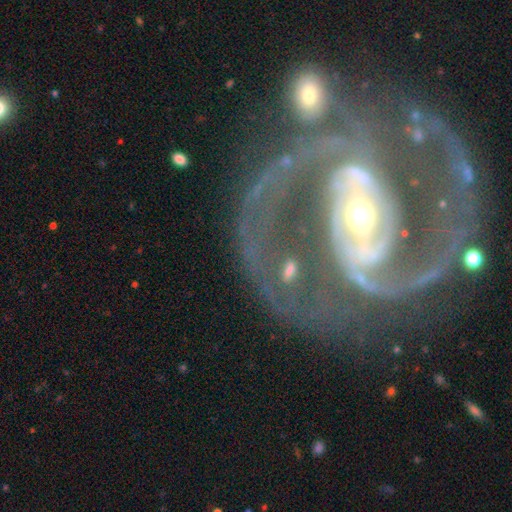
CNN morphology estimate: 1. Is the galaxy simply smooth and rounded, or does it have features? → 92% featured or disk, 5% star or artifact, 3% smooth.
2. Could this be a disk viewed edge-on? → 98% no, 2% yes.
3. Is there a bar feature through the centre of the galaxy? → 44% strong, 32% weak, 24% no.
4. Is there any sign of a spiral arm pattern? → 98% yes, 2% no.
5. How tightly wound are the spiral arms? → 61% medium, 22% tight, 17% loose.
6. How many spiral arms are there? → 91% 2, 3% 3, 2% can't tell, 2% 1, 1% 4, 1% more than 4.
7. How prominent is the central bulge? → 53% moderate, 39% small, 6% large, 1% dominant, 1% none.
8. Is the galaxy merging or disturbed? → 59% none, 16% major disturbance, 16% minor disturbance, 9% merger.